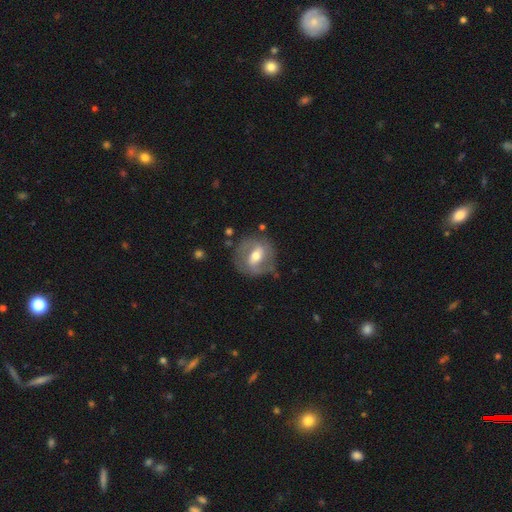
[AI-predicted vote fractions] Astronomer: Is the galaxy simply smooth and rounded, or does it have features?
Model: featured or disk — 65%.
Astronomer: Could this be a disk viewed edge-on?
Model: no — 92%.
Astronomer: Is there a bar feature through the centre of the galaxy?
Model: strong — 42% (runner-up: weak, 39%).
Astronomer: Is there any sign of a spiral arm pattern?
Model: yes — 58% (runner-up: no, 42%).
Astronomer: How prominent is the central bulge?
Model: moderate — 70%.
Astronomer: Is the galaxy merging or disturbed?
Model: none — 73%.